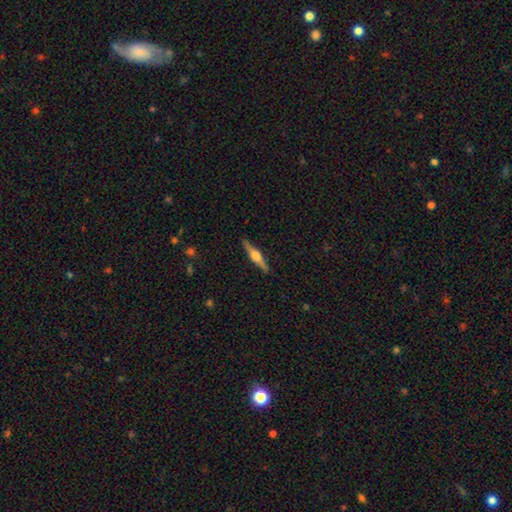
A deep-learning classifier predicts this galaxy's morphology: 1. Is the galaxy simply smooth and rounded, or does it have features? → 74% featured or disk, 20% smooth, 6% star or artifact.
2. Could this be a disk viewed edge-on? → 98% yes, 2% no.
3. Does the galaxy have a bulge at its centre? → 91% rounded, 7% boxy, 2% none.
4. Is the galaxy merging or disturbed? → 90% none, 7% minor disturbance, 2% major disturbance, 1% merger.